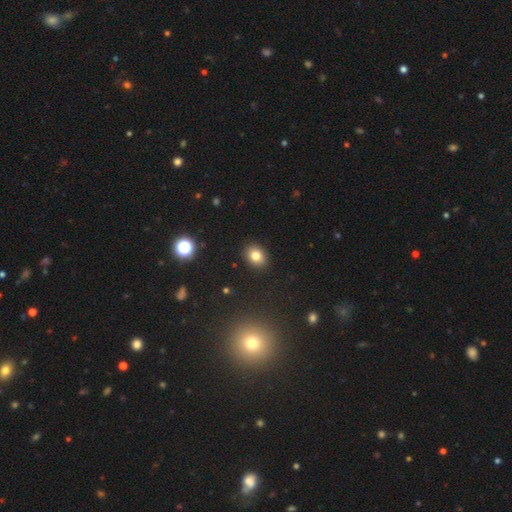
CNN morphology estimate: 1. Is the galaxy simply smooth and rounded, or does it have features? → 80% smooth, 12% star or artifact, 8% featured or disk.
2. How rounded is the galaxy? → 52% in between, 47% round, 1% cigar-shaped.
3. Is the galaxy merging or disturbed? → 89% none, 7% minor disturbance, 2% major disturbance, 1% merger.